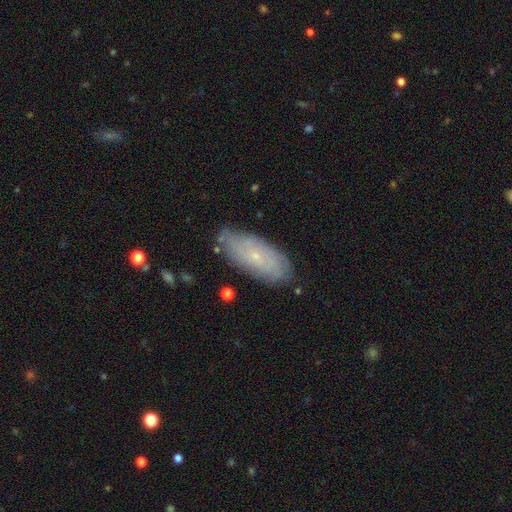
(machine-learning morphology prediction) Smooth or featured?
  - featured or disk: 52% *
  - smooth: 40%
  - star or artifact: 8%
Edge-on disk?
  - no: 85% *
  - yes: 15%
Merging?
  - none: 78% *
  - minor disturbance: 17%
  - major disturbance: 3%
  - merger: 2%